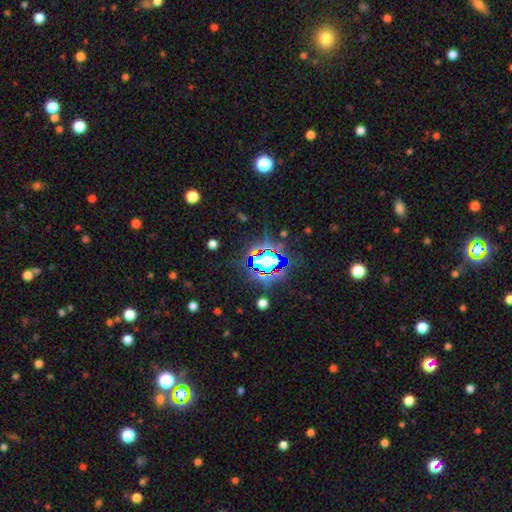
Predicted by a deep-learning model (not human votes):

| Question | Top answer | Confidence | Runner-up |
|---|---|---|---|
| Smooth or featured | star or artifact | 69% | smooth (19%) |